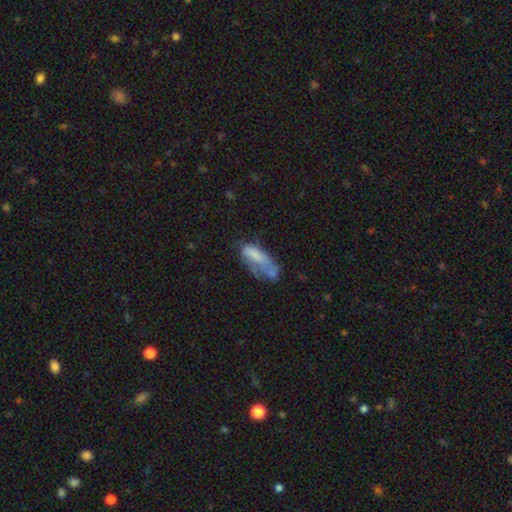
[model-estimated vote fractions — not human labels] smooth 59%, featured or disk 32%, star or artifact 9%. Down the decision tree: how rounded — in between (75%); merging — major disturbance (31%).